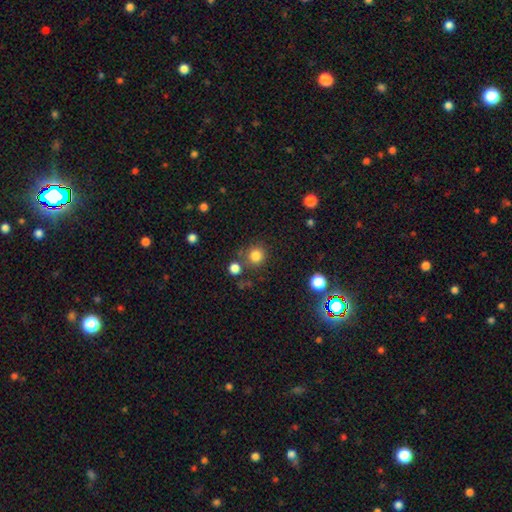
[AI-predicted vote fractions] smooth 83%, star or artifact 12%, featured or disk 5%. Down the decision tree: how rounded — round (91%); merging — none (80%).